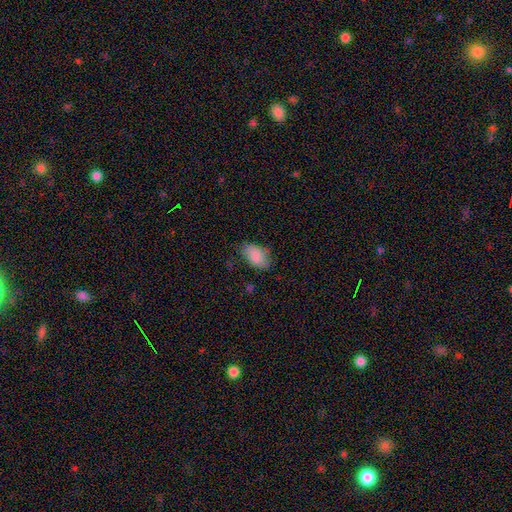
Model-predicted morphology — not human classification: smooth-or-featured: smooth: 85% | star or artifact: 8% | featured or disk: 7%
  how-rounded: in between: 92% | round: 7% | cigar-shaped: 2%
  merging: none: 66% | minor disturbance: 25% | major disturbance: 7% | merger: 2%